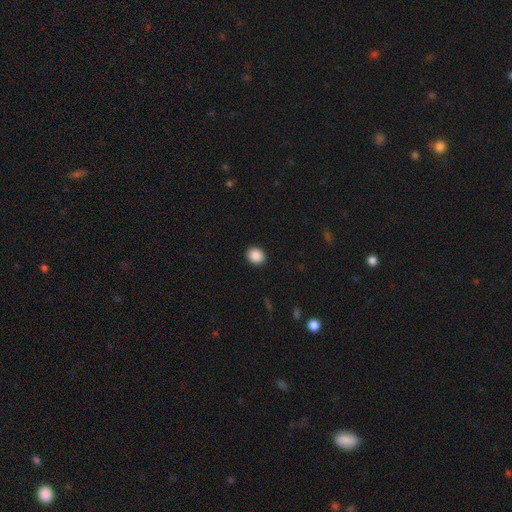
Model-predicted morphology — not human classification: Smooth or featured? Predicted: smooth (p=0.89). How rounded? Predicted: round (p=0.65). Merging? Predicted: none (p=0.92).